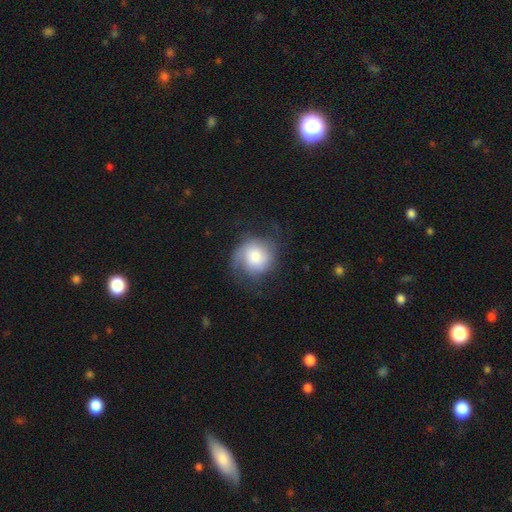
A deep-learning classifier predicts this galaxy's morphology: smooth 49%, featured or disk 43%, star or artifact 8%. Down the decision tree: merging — none (59%).